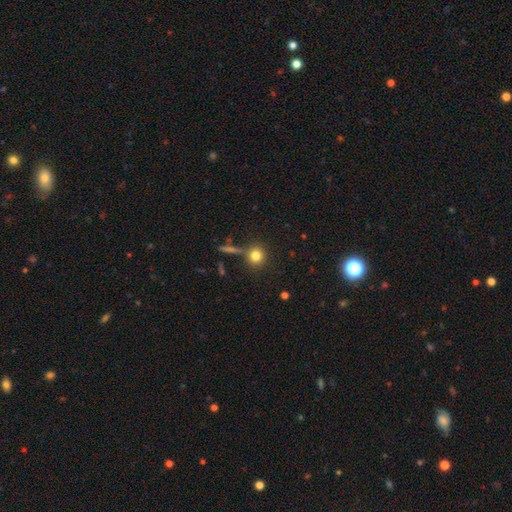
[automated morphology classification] The model was most divided on "merging": none: 76%, minor disturbance: 10%, merger: 10%, major disturbance: 4%. More confident: how rounded — round (90%); smooth or featured — smooth (80%).